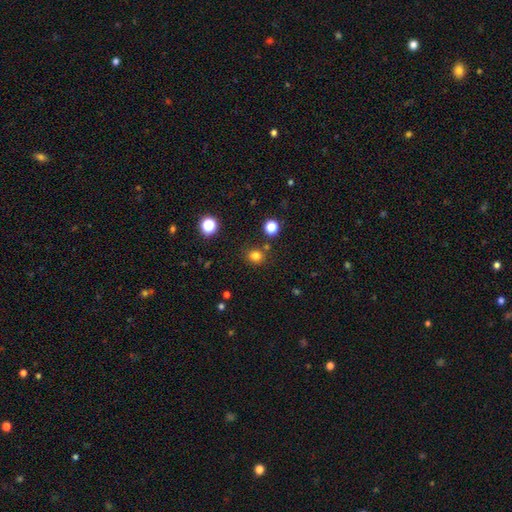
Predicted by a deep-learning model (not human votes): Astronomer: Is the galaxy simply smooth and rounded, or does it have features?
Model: smooth — 79%.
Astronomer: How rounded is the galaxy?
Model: round — 77%.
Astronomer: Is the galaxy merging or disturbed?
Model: none — 79%.